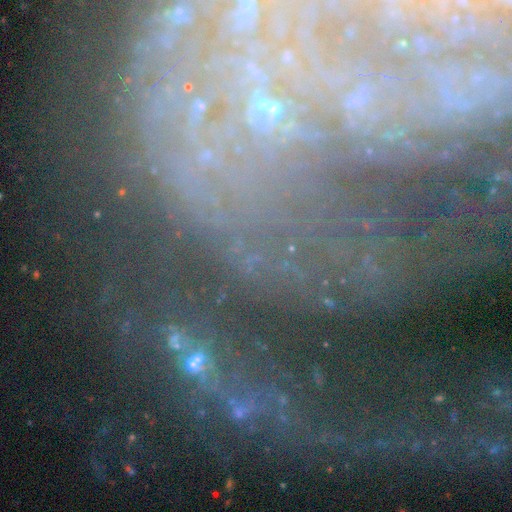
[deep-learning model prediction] Morphology: type=featured or disk (47%); merging=none (56%).